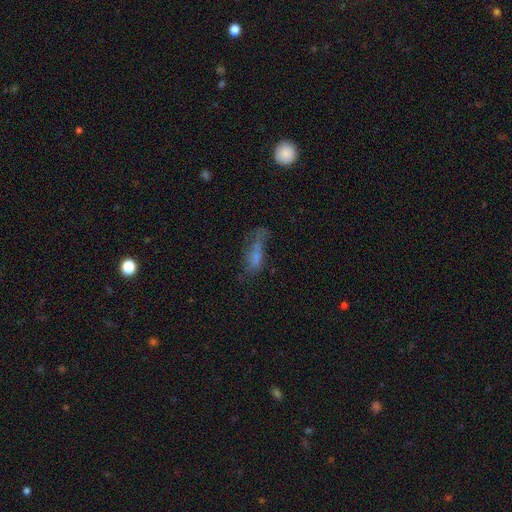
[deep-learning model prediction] Smooth or featured: smooth — 53% (featured or disk — 32%)
How rounded: in between — 56% (cigar-shaped — 40%)
Merging: none — 35% (major disturbance — 33%)